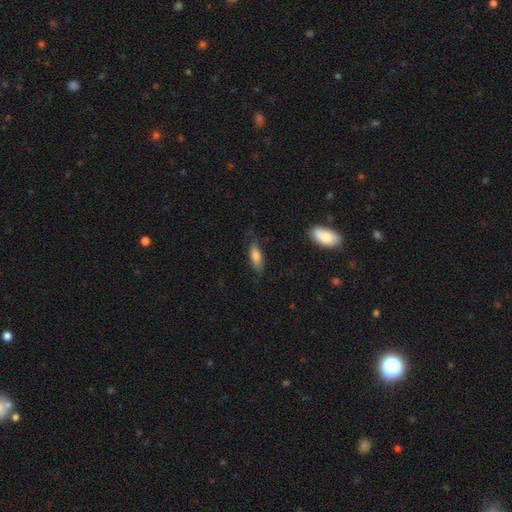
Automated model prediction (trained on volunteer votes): Q: Smooth or featured?
A: smooth (77%); runner-up: featured or disk (17%)
Q: How rounded?
A: in between (64%); runner-up: cigar-shaped (34%)
Q: Merging?
A: none (70%); runner-up: minor disturbance (22%)